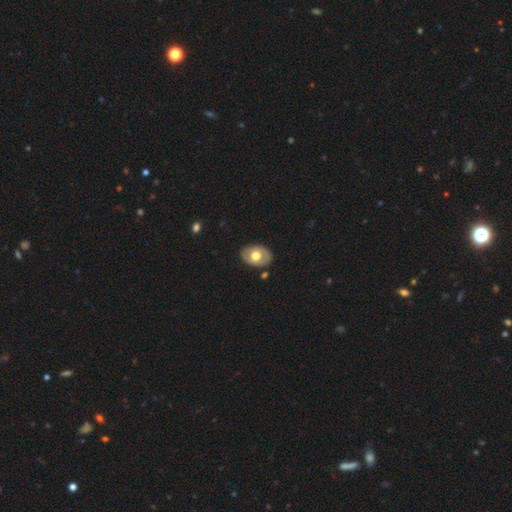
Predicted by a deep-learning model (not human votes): This appears to be a smooth galaxy with no disk features (53%) that is in between round and cigar-shaped (81%). Merging: none (84%).